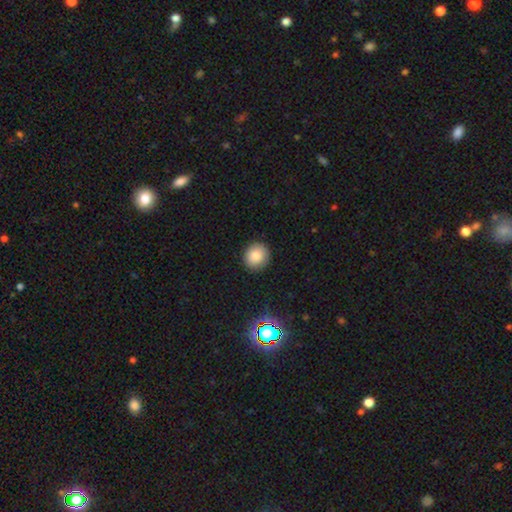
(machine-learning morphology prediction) This appears to be a smooth galaxy with no disk features (84%) that is round (86%). Merging: none (90%).